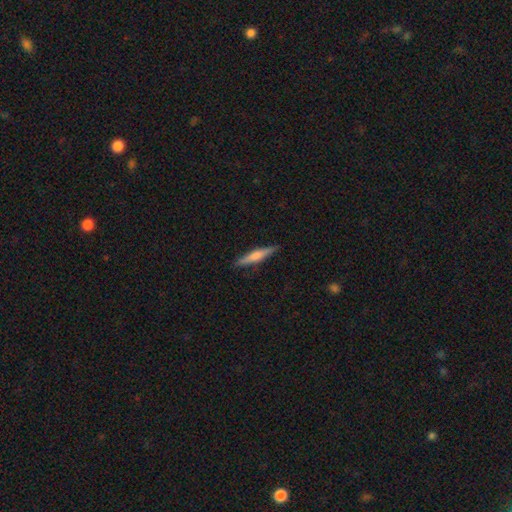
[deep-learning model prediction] Smooth or featured: smooth — 48% (featured or disk — 47%)
Merging: none — 90% (minor disturbance — 7%)